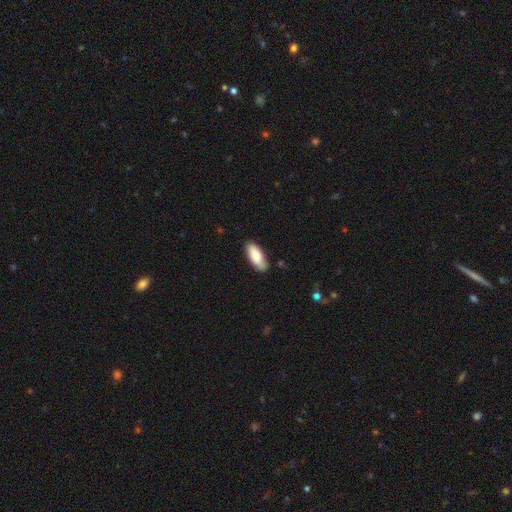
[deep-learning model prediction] The model was most divided on "how rounded": in between: 79%, cigar-shaped: 19%, round: 2%. More confident: smooth or featured — smooth (86%); merging — none (81%).